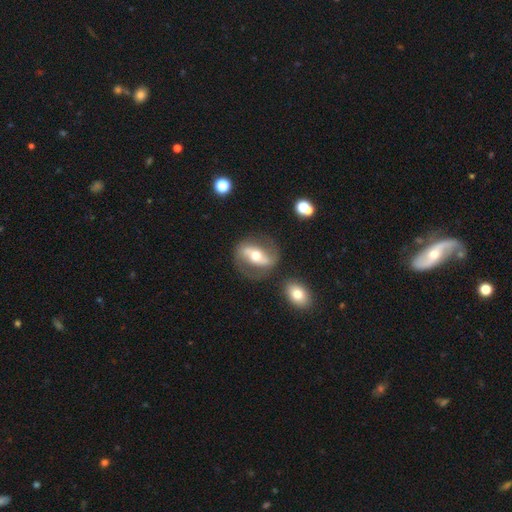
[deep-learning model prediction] This is likely a featured or disk galaxy (72%). It is clearly not viewed edge-on (91%). Bar: possibly strong (48%). Spiral arm pattern: likely yes (74%). Central bulge: likely moderate (72%). Merging: likely none (71%).